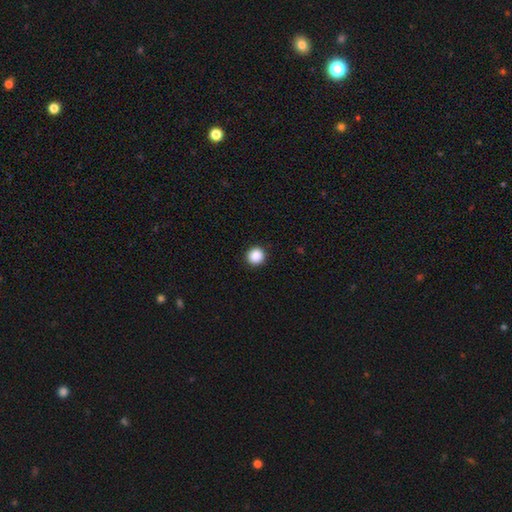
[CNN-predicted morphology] Smooth or featured? Predicted: smooth (p=0.89). How rounded? Predicted: round (p=0.94). Merging? Predicted: none (p=0.93).